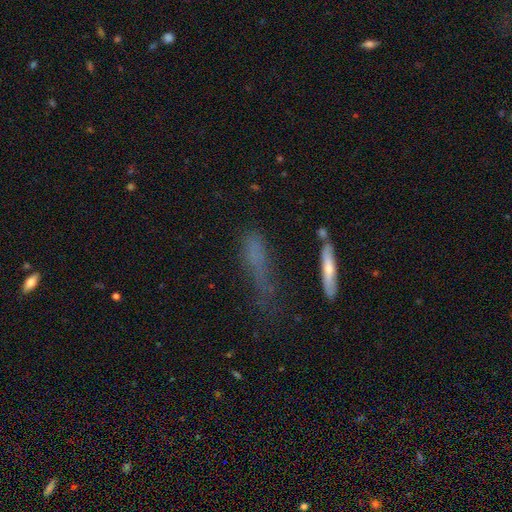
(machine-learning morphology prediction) Smooth or featured? smooth (56%)
How rounded? cigar-shaped (68%)
Merging? none (34%)